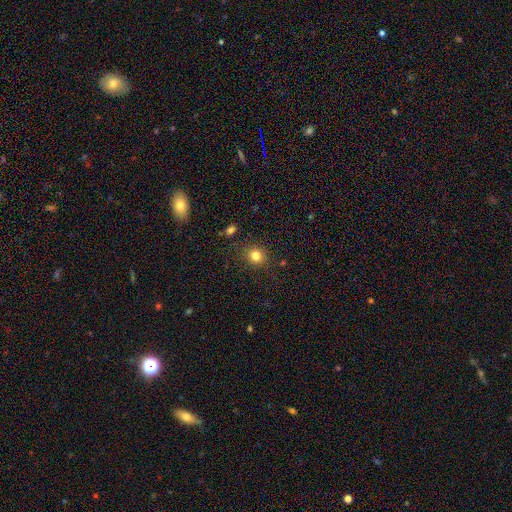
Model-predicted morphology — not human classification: smooth_or_featured: smooth (p=0.82) [alt: star or artifact p=0.12]
how_rounded: round (p=0.76) [alt: in between p=0.23]
merging: none (p=0.86) [alt: minor disturbance p=0.09]